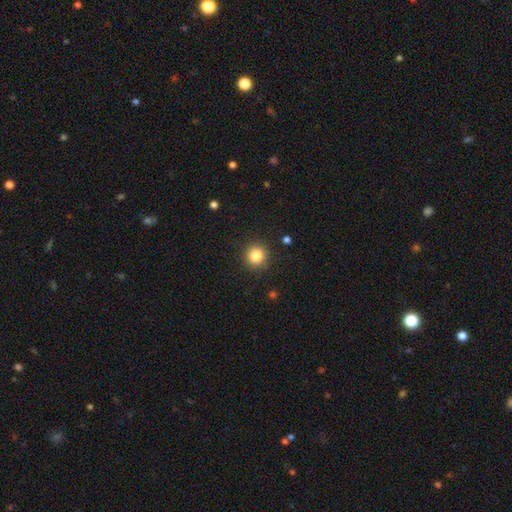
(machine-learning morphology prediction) smooth_or_featured: smooth (p=0.83) [alt: star or artifact p=0.11]
how_rounded: round (p=0.94) [alt: in between p=0.05]
merging: none (p=0.91) [alt: minor disturbance p=0.06]